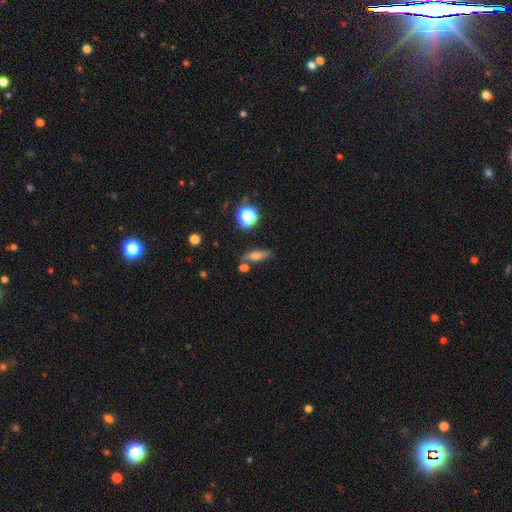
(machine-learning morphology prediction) A smooth galaxy with no disk features (55%) that is cigar-shaped (48%).

Vote fractions:
- Smooth or featured? smooth: 55% / featured or disk: 32% / star or artifact: 14%
- How rounded? cigar-shaped: 48% / in between: 42% / round: 9%
- Merging? none: 68% / minor disturbance: 14% / merger: 13% / major disturbance: 5%